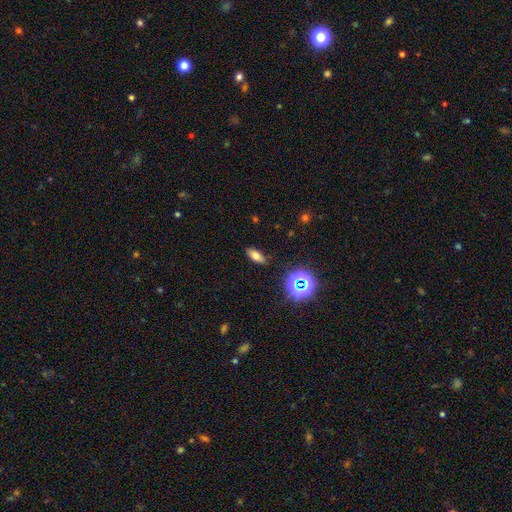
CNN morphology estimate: smooth_or_featured: smooth (p=0.71) [alt: star or artifact p=0.18]
how_rounded: in between (p=0.79) [alt: cigar-shaped p=0.16]
merging: none (p=0.85) [alt: minor disturbance p=0.10]